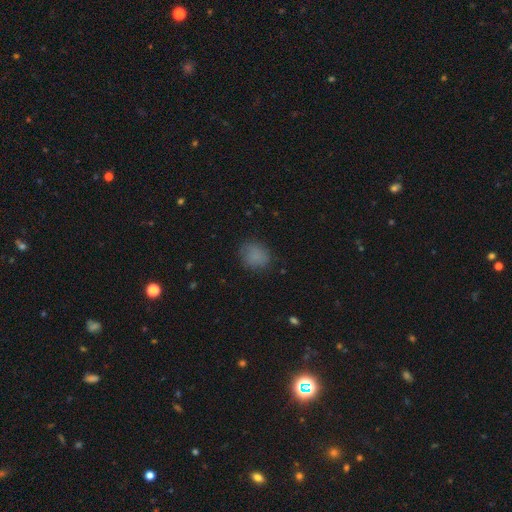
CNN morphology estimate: Q: Smooth or featured?
A: smooth (82%); runner-up: star or artifact (11%)
Q: How rounded?
A: round (67%); runner-up: in between (32%)
Q: Merging?
A: none (77%); runner-up: minor disturbance (17%)